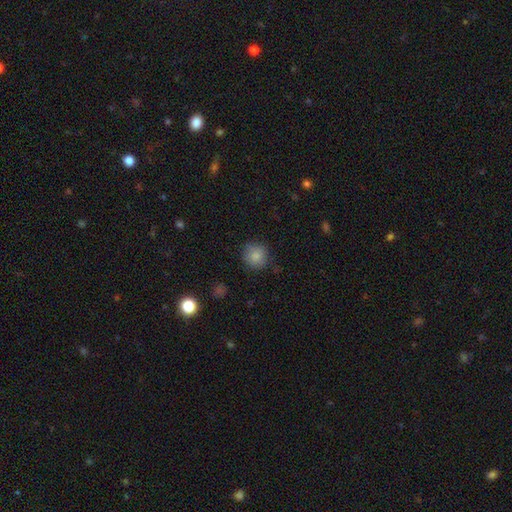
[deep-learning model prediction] This appears to be a smooth galaxy with no disk features (86%) that is round (91%). Merging: none (84%).